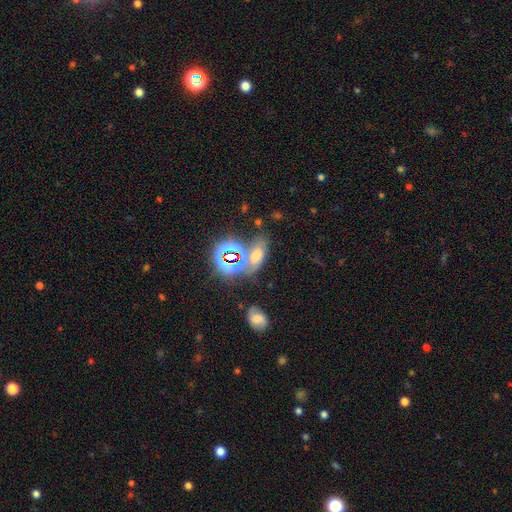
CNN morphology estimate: This appears to be a smooth galaxy with no disk features (45%). Merging: none (60%).